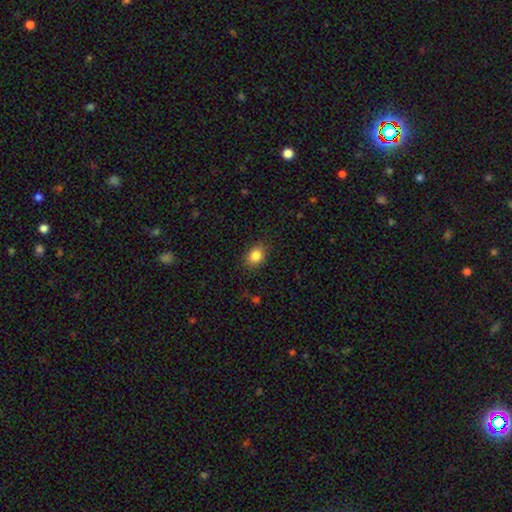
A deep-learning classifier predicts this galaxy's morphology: smooth-or-featured: smooth: 85% | star or artifact: 10% | featured or disk: 6%
  how-rounded: in between: 52% | round: 47% | cigar-shaped: 1%
  merging: none: 84% | minor disturbance: 12% | major disturbance: 3% | merger: 1%